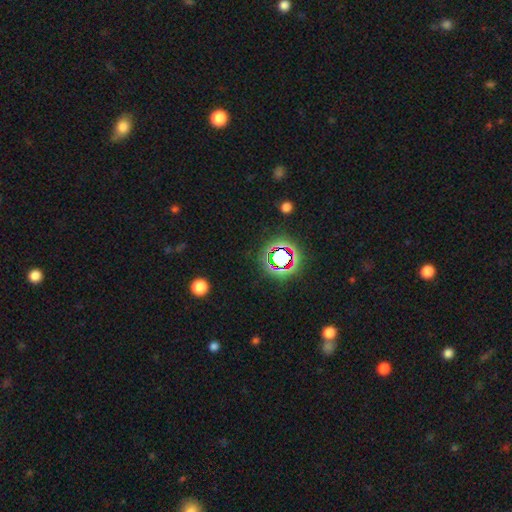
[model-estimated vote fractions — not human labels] The model was most divided on "smooth or featured": star or artifact: 74%, smooth: 17%, featured or disk: 9%.